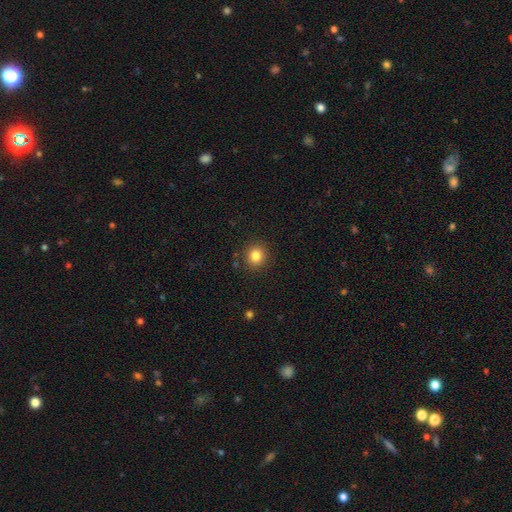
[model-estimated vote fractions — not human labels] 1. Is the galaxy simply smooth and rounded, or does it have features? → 84% smooth, 11% star or artifact, 5% featured or disk.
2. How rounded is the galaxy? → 87% round, 12% in between, 1% cigar-shaped.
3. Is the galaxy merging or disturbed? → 89% none, 7% minor disturbance, 2% major disturbance, 2% merger.